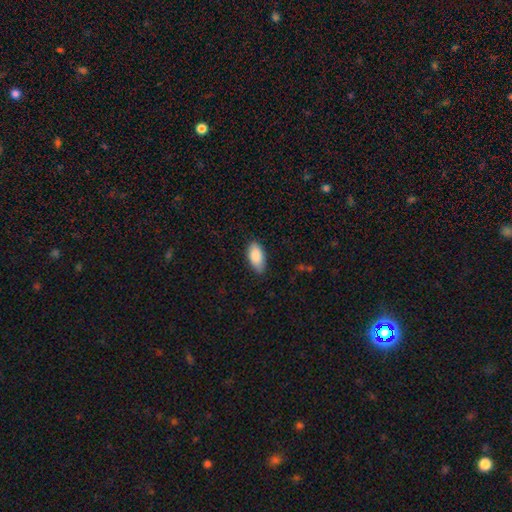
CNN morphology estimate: Smooth or featured? smooth (88%)
How rounded? in between (92%)
Merging? none (82%)